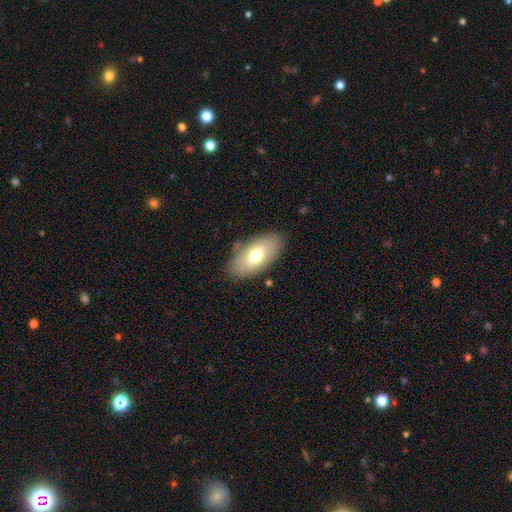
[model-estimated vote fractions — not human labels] This is likely a smooth galaxy (67%). How rounded: clearly in between (92%). Merging: clearly none (83%).